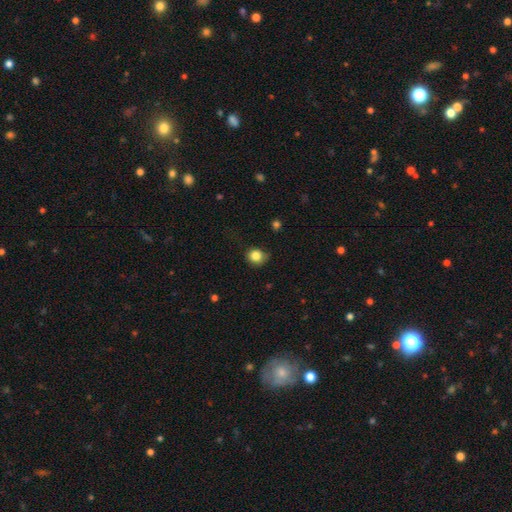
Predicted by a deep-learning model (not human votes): Smooth or featured: smooth — 84% (star or artifact — 10%)
How rounded: round — 78% (in between — 21%)
Merging: none — 72% (minor disturbance — 22%)